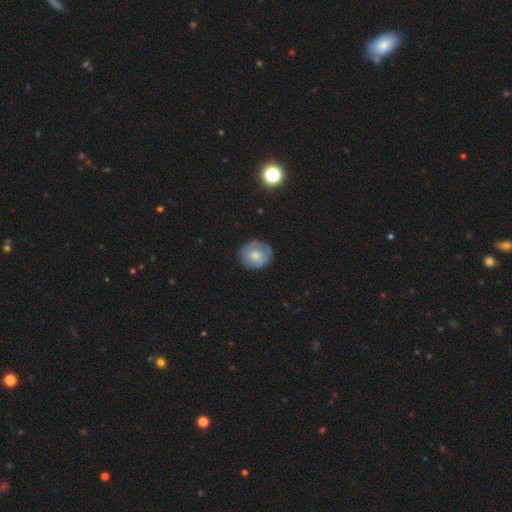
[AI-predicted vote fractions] This is possibly a smooth galaxy (59%). How rounded: likely round (79%). Merging: likely none (75%).